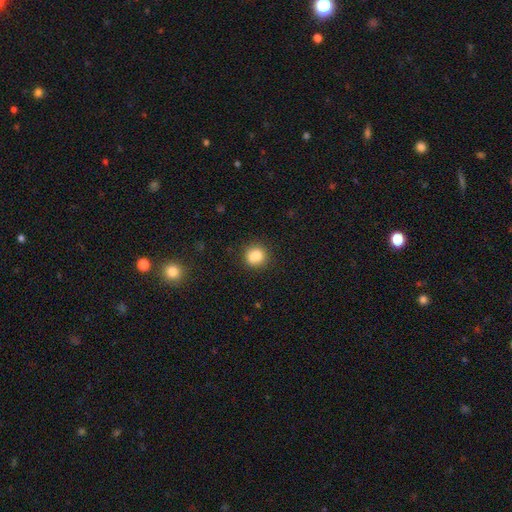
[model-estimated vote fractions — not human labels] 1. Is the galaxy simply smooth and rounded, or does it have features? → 81% smooth, 11% star or artifact, 8% featured or disk.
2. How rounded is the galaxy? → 87% round, 12% in between, 1% cigar-shaped.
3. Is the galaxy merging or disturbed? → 73% none, 15% minor disturbance, 8% merger, 4% major disturbance.